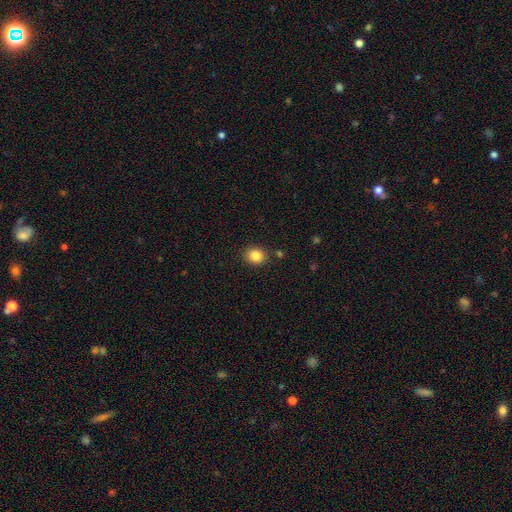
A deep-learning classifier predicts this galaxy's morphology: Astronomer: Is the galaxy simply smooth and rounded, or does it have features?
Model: smooth — 84%.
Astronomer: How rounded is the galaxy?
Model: round — 71%.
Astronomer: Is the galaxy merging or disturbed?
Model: none — 88%.